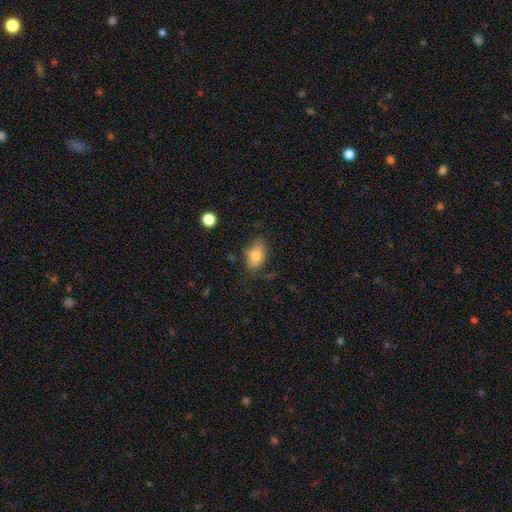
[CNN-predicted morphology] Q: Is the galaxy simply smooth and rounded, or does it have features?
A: smooth — 79%.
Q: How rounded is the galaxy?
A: in between — 89%.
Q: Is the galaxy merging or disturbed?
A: none — 65%.